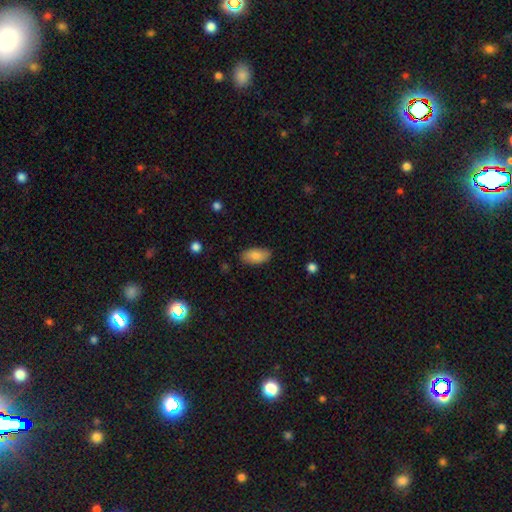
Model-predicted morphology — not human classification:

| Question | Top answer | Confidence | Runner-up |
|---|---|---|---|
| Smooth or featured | smooth | 86% | featured or disk (8%) |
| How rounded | in between | 92% | cigar-shaped (5%) |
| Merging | none | 85% | minor disturbance (12%) |